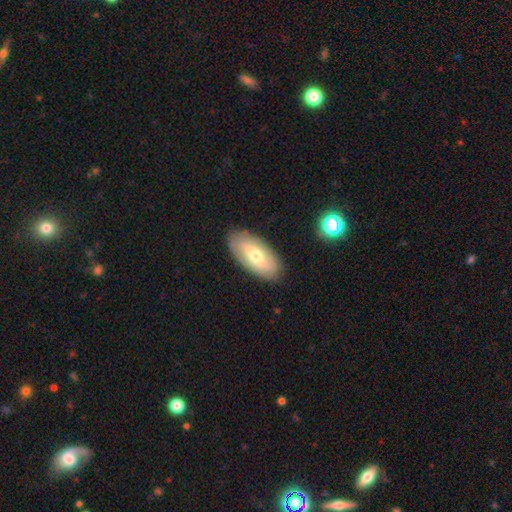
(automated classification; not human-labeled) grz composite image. It shows a smooth galaxy with no disk features (55%) that is in between round and cigar-shaped (91%). Merging: none (86%).